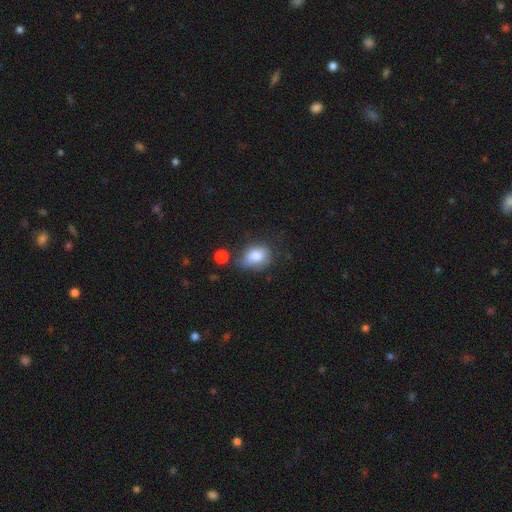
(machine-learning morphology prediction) smooth-or-featured: smooth: 82% | featured or disk: 10% | star or artifact: 8%
  how-rounded: in between: 74% | round: 24% | cigar-shaped: 1%
  merging: none: 46% | minor disturbance: 33% | major disturbance: 13% | merger: 8%